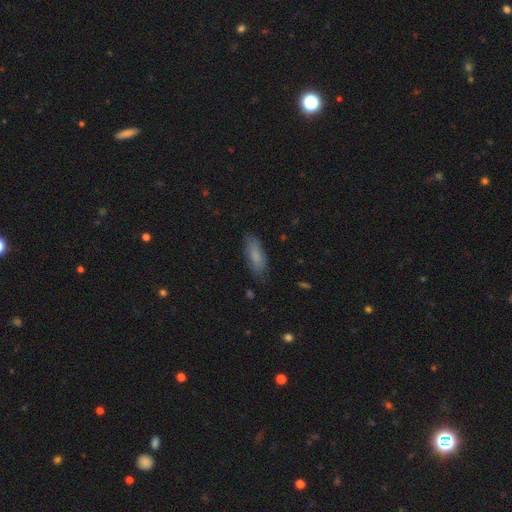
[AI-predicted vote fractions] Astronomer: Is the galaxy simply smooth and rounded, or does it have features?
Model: smooth — 81%.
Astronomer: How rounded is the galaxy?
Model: in between — 65%.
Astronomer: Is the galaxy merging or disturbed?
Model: none — 79%.